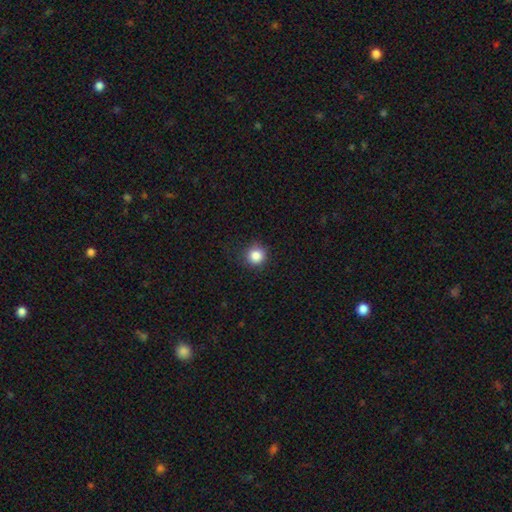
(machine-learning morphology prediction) Smooth or featured? smooth (85%)
How rounded? round (93%)
Merging? none (85%)